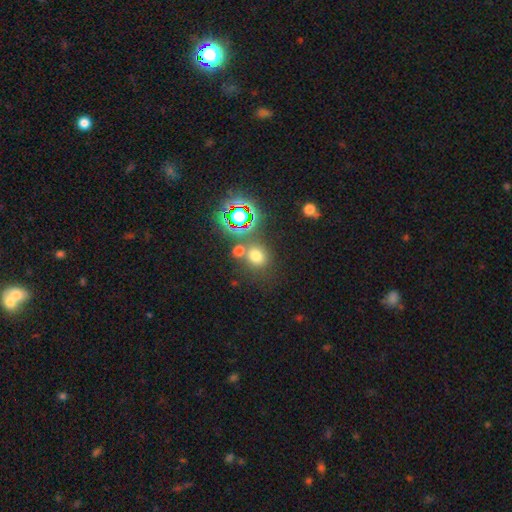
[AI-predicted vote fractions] Overall: smooth (65%; star or artifact 27%). How rounded: round (73%). Merging: none (66%).